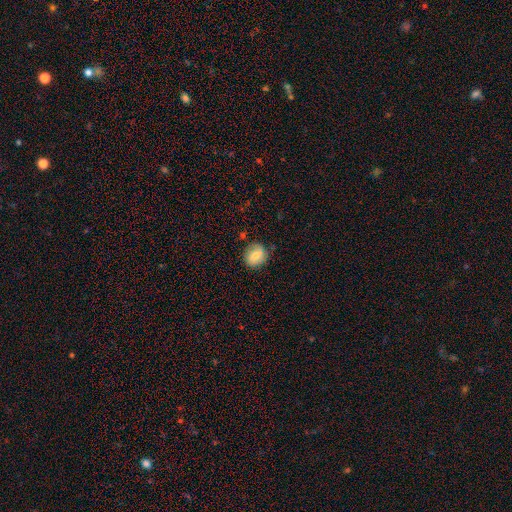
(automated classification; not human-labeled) Smooth or featured? smooth (71%)
How rounded? round (72%)
Merging? none (79%)